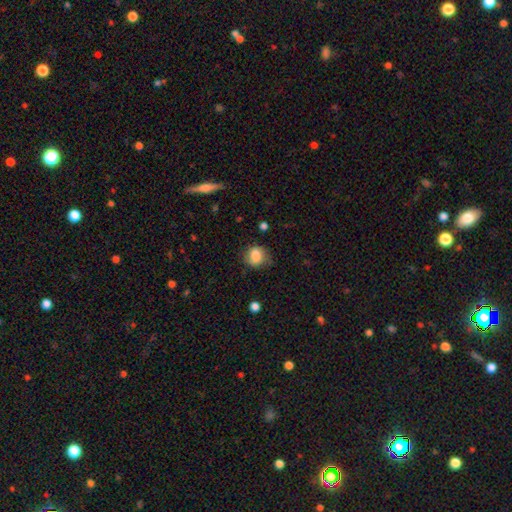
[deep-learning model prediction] Overall: smooth (82%). How rounded: round (56%; in between 43%). Merging: none (66%).